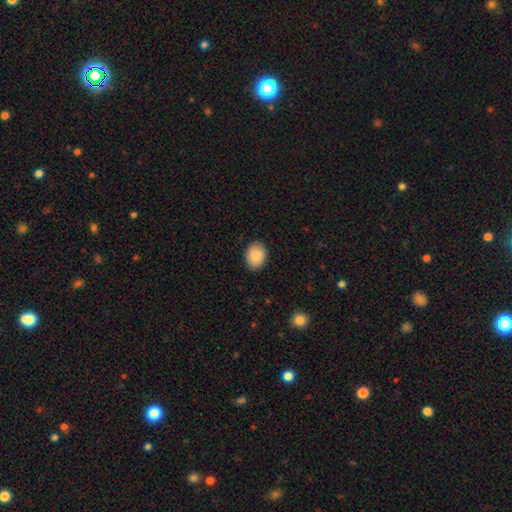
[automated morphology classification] This is clearly a smooth galaxy (87%). How rounded: likely in between (62%). Merging: clearly none (88%).